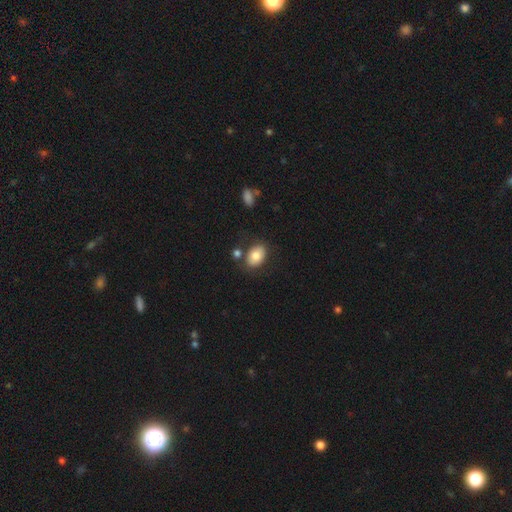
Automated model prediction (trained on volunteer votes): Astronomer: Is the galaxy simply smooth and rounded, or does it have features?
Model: smooth — 83%.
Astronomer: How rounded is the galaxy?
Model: in between — 83%.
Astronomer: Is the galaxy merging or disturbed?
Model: none — 73%.